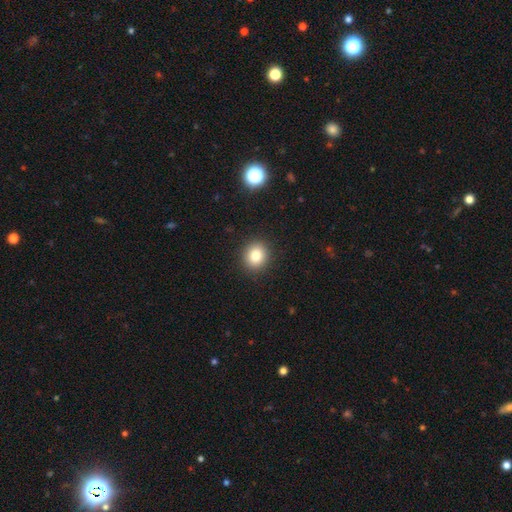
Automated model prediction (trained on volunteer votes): The model was most divided on "how rounded": round: 83%, in between: 16%, cigar-shaped: 1%. More confident: merging — none (91%); smooth or featured — smooth (82%).